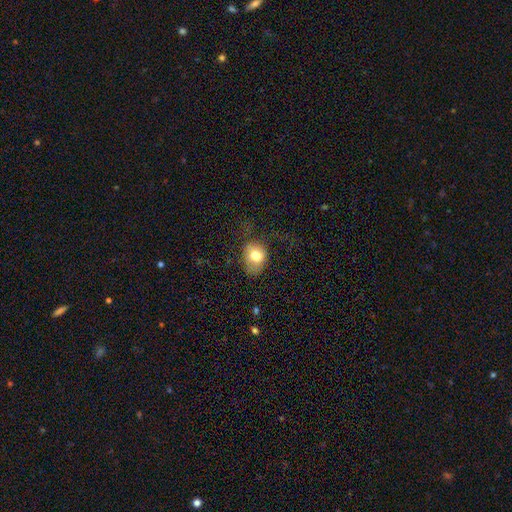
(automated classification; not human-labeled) Smooth or featured? Predicted: smooth (p=0.75). How rounded? Predicted: in between (p=0.51). Merging? Predicted: none (p=0.51).